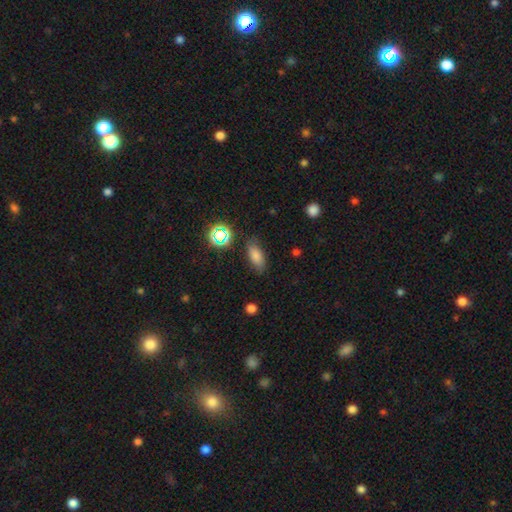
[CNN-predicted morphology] Smooth or featured? Predicted: smooth (p=0.77). How rounded? Predicted: in between (p=0.81). Merging? Predicted: none (p=0.79).